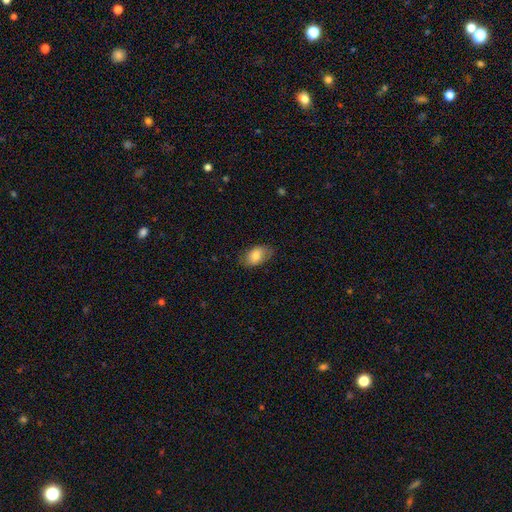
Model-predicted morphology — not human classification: type=smooth (77%); roundness=in between (90%); merging=none (77%).